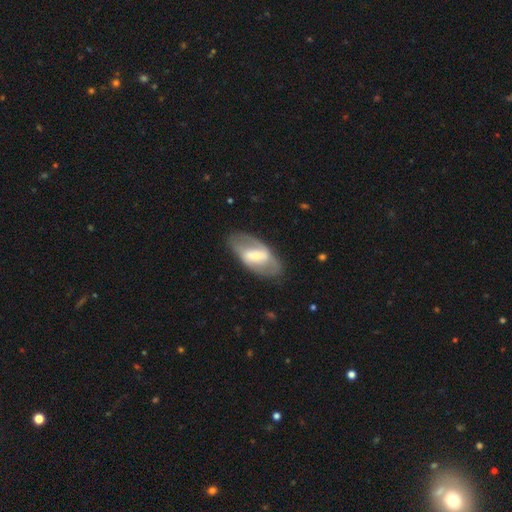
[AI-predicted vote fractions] The model was most divided on "bulge size": small: 47%, moderate: 40%, large: 8%, none: 4%, dominant: 1%. More confident: edge-on disk — no (90%); merging — none (74%); smooth or featured — featured or disk (64%); bar — strong (55%); spiral arms — yes (54%).